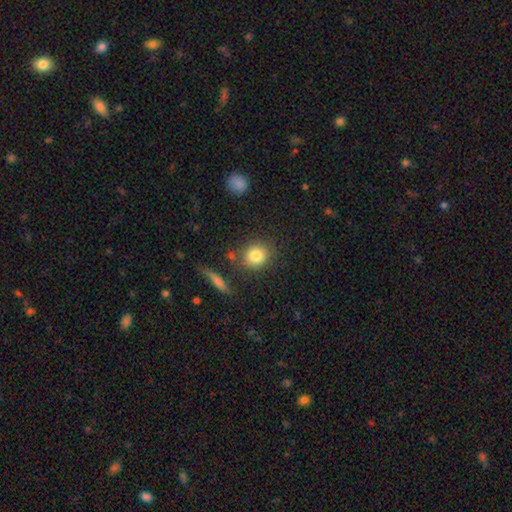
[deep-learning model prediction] smooth-or-featured: smooth: 83% | star or artifact: 9% | featured or disk: 7%
  how-rounded: round: 81% | in between: 17% | cigar-shaped: 2%
  merging: none: 79% | minor disturbance: 11% | merger: 7% | major disturbance: 4%